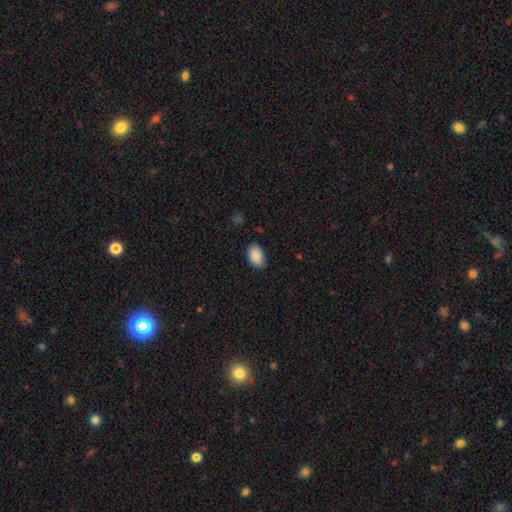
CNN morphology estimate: smooth_or_featured: smooth (p=0.90) [alt: star or artifact p=0.07]
how_rounded: in between (p=0.92) [alt: round p=0.06]
merging: none (p=0.85) [alt: minor disturbance p=0.11]